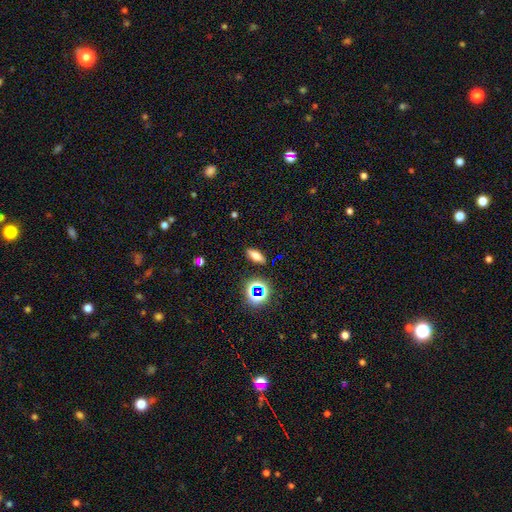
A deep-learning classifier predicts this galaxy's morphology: This is likely a smooth galaxy (64%). How rounded: likely in between (66%). Merging: clearly none (88%).